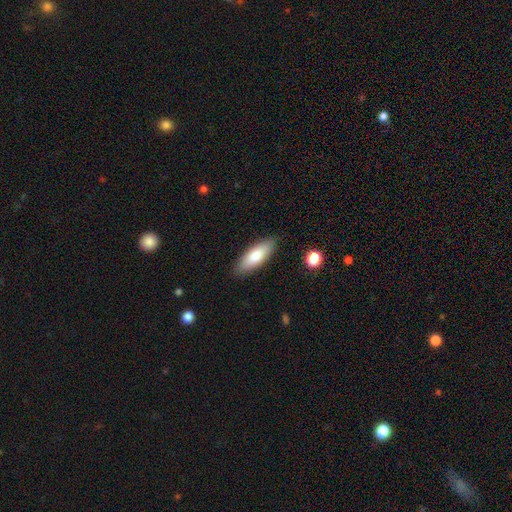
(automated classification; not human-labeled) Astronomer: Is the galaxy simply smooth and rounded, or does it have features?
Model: smooth — 77%.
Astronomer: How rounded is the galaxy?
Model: in between — 65%.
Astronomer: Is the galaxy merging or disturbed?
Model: none — 87%.